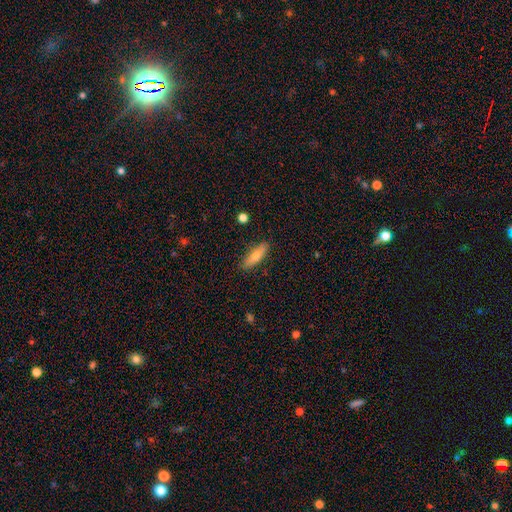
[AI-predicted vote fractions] A smooth galaxy with no disk features (63%) that is cigar-shaped (65%). Merging: none (88%).